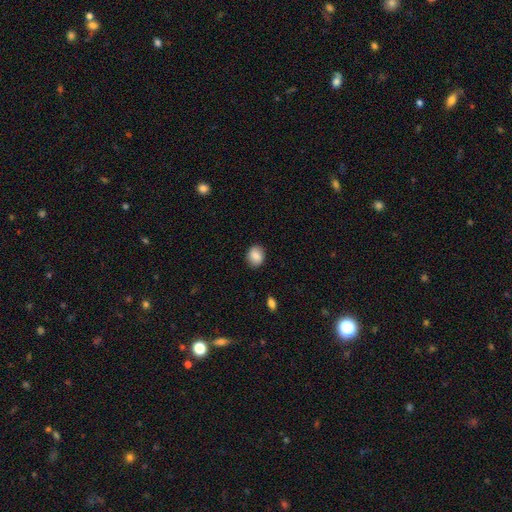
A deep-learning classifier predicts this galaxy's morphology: Smooth or featured? smooth (86%)
How rounded? round (56%)
Merging? none (87%)